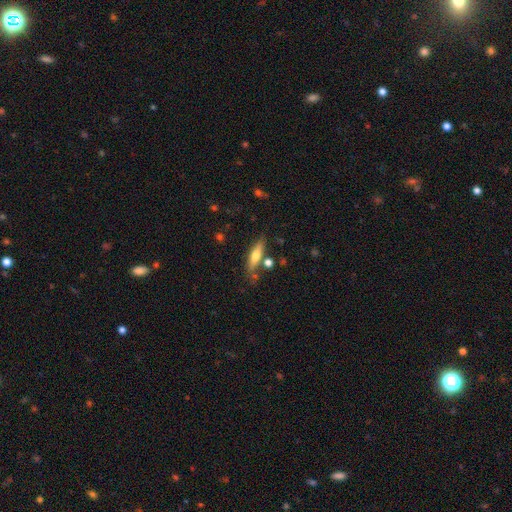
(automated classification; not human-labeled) smooth_or_featured: smooth (p=0.58) [alt: featured or disk p=0.35]
how_rounded: cigar-shaped (p=0.67) [alt: in between p=0.31]
merging: none (p=0.73) [alt: minor disturbance p=0.15]